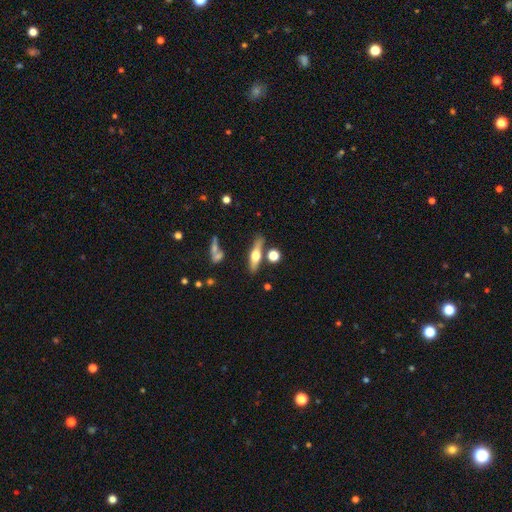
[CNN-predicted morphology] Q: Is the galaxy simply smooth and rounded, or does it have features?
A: featured or disk — 55%.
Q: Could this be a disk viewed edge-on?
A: yes — 92%.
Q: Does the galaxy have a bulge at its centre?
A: rounded — 93%.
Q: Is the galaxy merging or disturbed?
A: none — 74%.